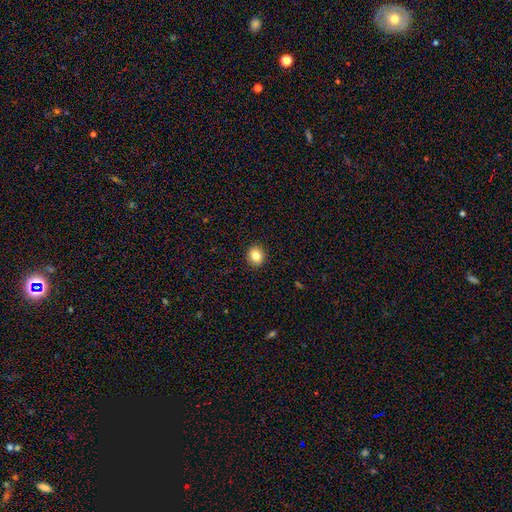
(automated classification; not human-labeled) smooth 83%, star or artifact 10%, featured or disk 7%. Down the decision tree: how rounded — round (73%); merging — none (92%).